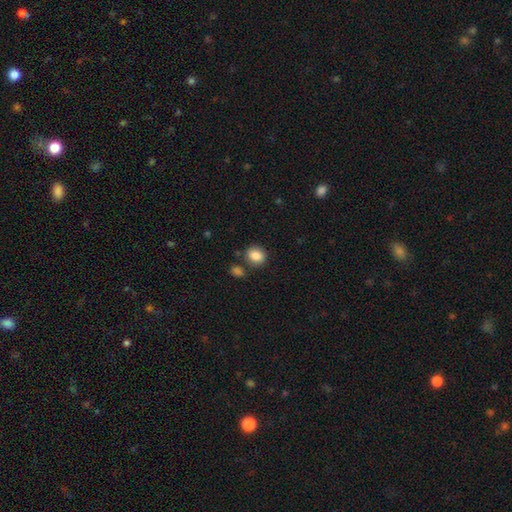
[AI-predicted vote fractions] This is clearly a smooth galaxy (87%). How rounded: possibly round (59%). Merging: likely none (75%).